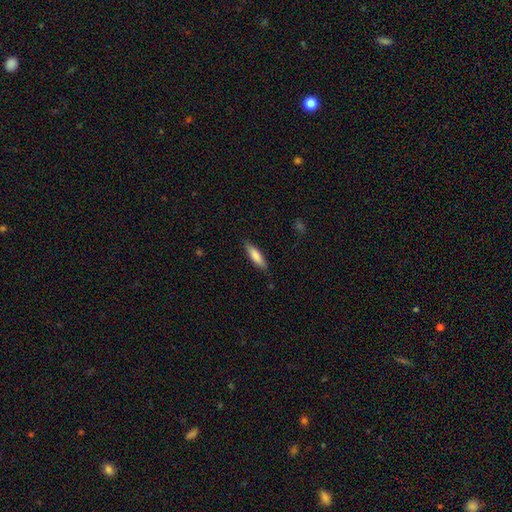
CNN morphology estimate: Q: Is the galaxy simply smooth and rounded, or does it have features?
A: smooth — 81%.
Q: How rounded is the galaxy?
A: cigar-shaped — 64%.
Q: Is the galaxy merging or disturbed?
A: none — 85%.